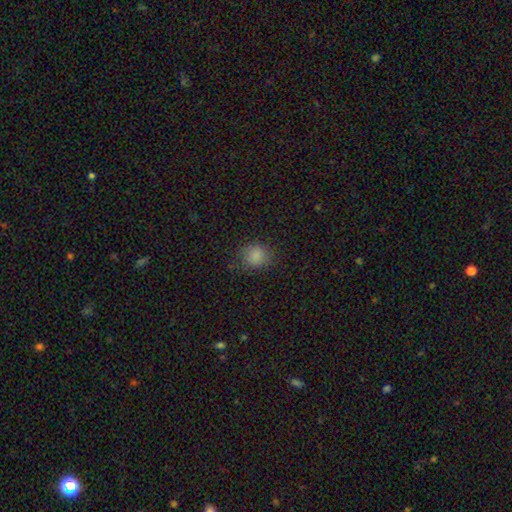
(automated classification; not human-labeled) Smooth or featured? smooth (84%)
How rounded? round (79%)
Merging? none (81%)